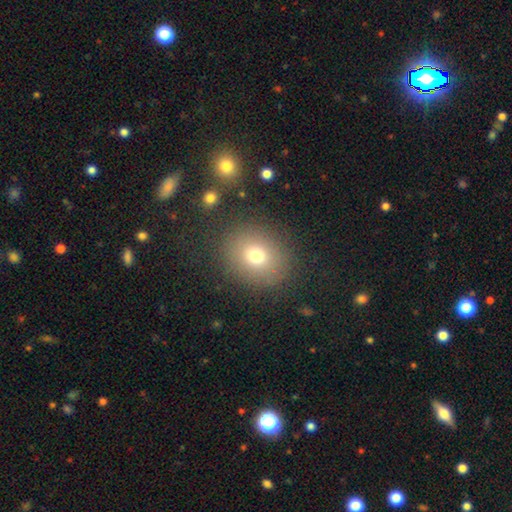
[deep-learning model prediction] This is likely a smooth galaxy (73%). How rounded: likely round (70%). Merging: clearly none (84%).